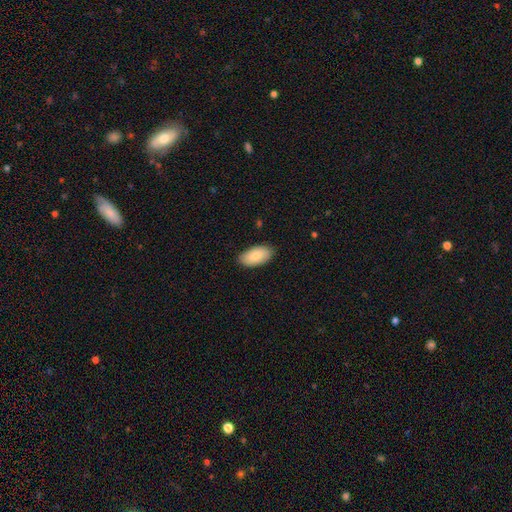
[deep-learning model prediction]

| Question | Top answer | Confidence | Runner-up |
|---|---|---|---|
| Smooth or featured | smooth | 86% | featured or disk (8%) |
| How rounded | in between | 95% | cigar-shaped (3%) |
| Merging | none | 86% | minor disturbance (11%) |